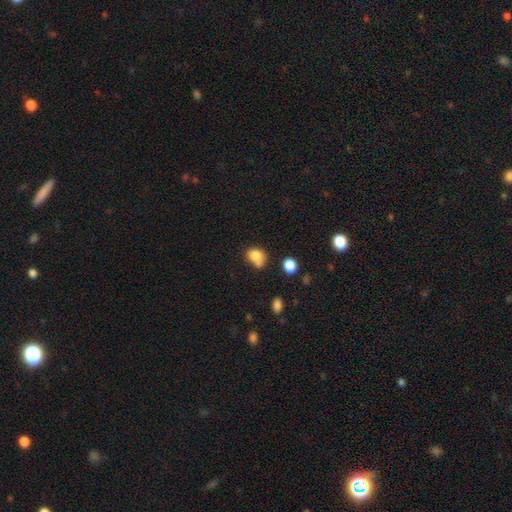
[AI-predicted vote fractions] Smooth or featured: smooth — 80% (star or artifact — 11%)
How rounded: round — 53% (in between — 46%)
Merging: none — 43% (merger — 31%)